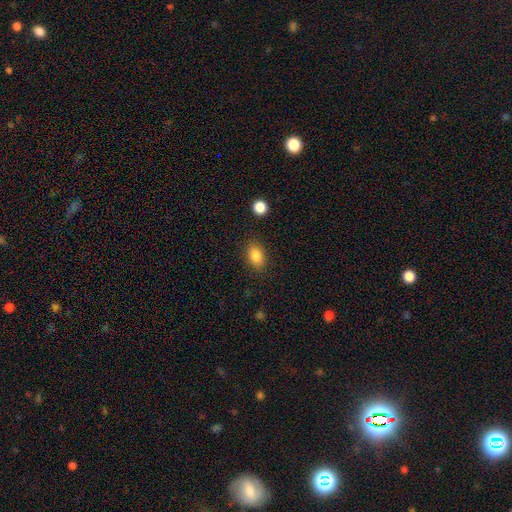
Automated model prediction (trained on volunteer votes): The model was most divided on "how rounded": in between: 84%, round: 14%, cigar-shaped: 2%. More confident: smooth or featured — smooth (86%); merging — none (85%).